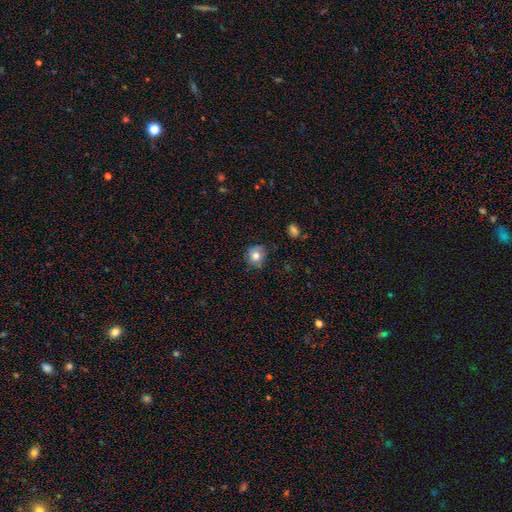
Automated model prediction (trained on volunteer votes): The model was most divided on "merging": none: 76%, minor disturbance: 19%, major disturbance: 4%, merger: 2%. More confident: how rounded — round (85%); smooth or featured — smooth (78%).